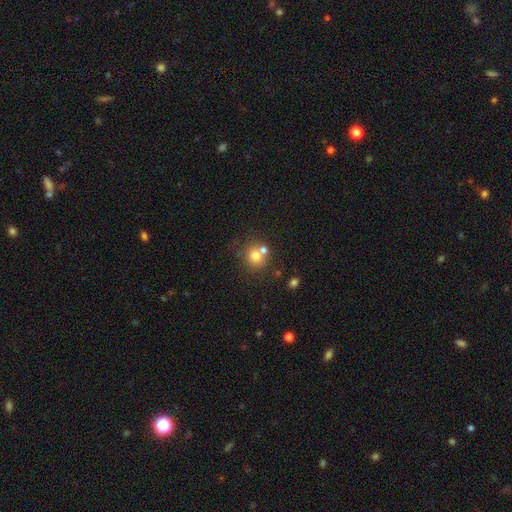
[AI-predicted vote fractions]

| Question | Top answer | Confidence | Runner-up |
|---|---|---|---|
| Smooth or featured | smooth | 73% | featured or disk (14%) |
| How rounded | round | 86% | in between (13%) |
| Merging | none | 56% | merger (31%) |